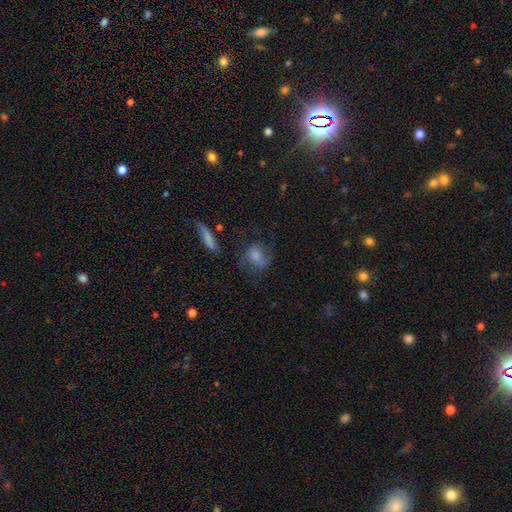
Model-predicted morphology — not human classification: featured or disk 45%, smooth 38%, star or artifact 17%. Down the decision tree: merging — none (58%).